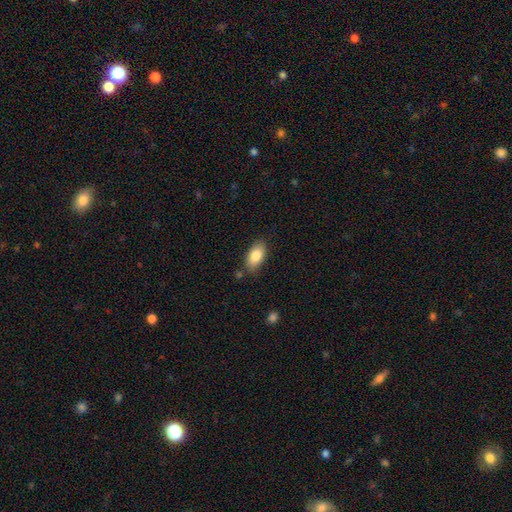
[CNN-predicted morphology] Overall: smooth (83%). How rounded: in between (92%). Merging: none (81%).